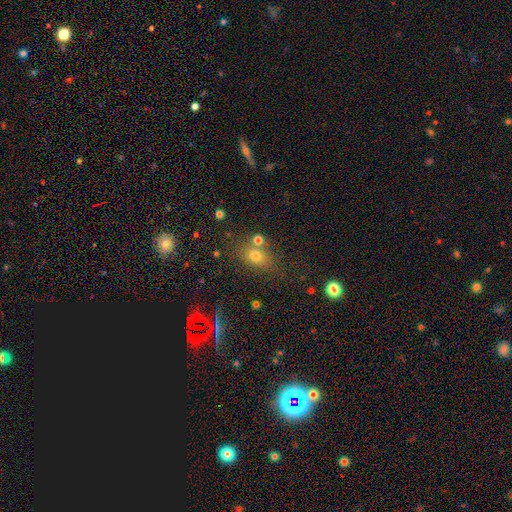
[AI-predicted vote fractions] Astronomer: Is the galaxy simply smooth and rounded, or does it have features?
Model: smooth — 69%.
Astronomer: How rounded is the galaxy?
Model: in between — 63%.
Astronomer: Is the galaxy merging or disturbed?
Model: none — 64%.